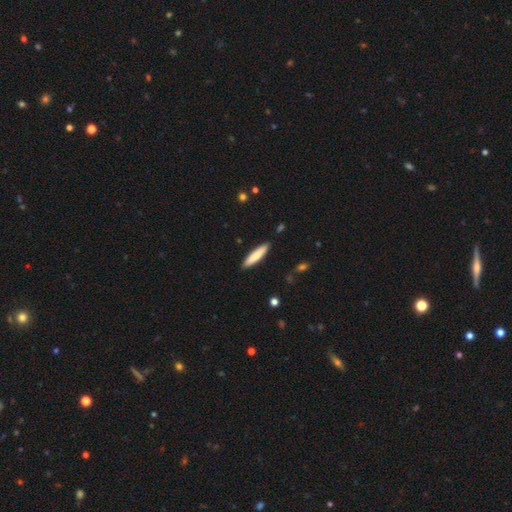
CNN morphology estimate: type=smooth (78%); roundness=cigar-shaped (81%); merging=none (90%).